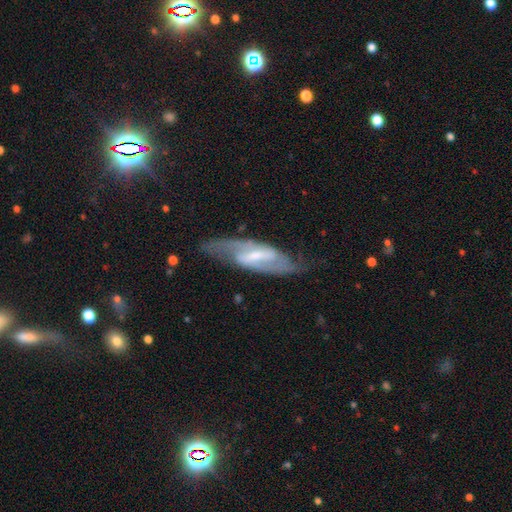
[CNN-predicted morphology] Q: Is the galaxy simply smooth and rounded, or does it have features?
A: featured or disk — 84%.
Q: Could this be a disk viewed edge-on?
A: no — 88%.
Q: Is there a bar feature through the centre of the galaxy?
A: strong — 60%.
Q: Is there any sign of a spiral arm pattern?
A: yes — 93%.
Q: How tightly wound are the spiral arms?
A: medium — 47%.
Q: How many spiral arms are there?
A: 2 — 89%.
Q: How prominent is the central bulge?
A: small — 48%.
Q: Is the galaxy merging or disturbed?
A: none — 72%.